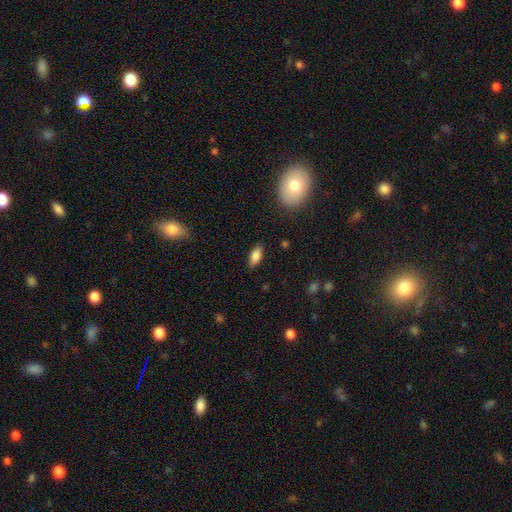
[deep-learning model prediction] Smooth or featured? smooth (83%)
How rounded? in between (83%)
Merging? none (86%)